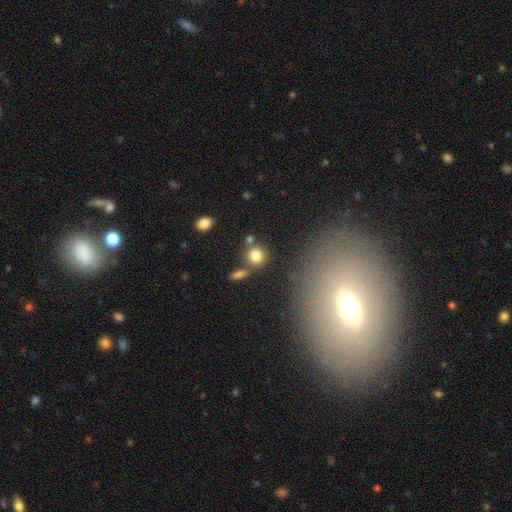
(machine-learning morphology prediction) This is clearly a smooth galaxy (80%). How rounded: clearly round (86%). Merging: likely none (72%).